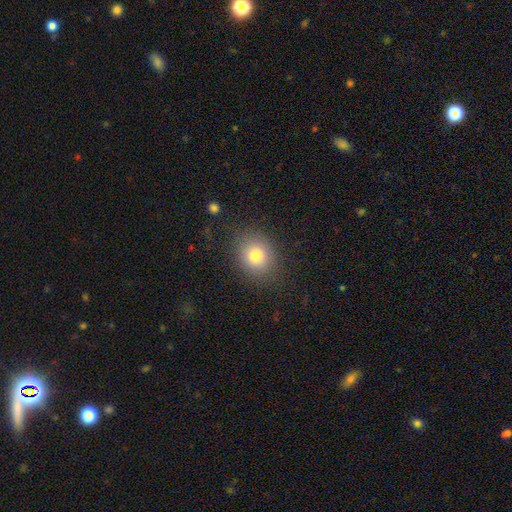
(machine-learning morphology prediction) Smooth or featured?
  - smooth: 79% *
  - star or artifact: 11%
  - featured or disk: 9%
How rounded?
  - round: 69% *
  - in between: 30%
  - cigar-shaped: 1%
Merging?
  - none: 83% *
  - minor disturbance: 11%
  - major disturbance: 4%
  - merger: 1%